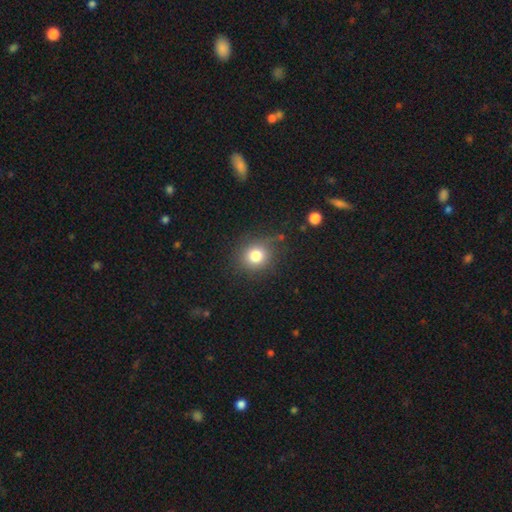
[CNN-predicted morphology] Smooth or featured?
  - smooth: 80% *
  - star or artifact: 12%
  - featured or disk: 8%
How rounded?
  - round: 84% *
  - in between: 15%
  - cigar-shaped: 1%
Merging?
  - none: 81% *
  - minor disturbance: 12%
  - major disturbance: 4%
  - merger: 2%